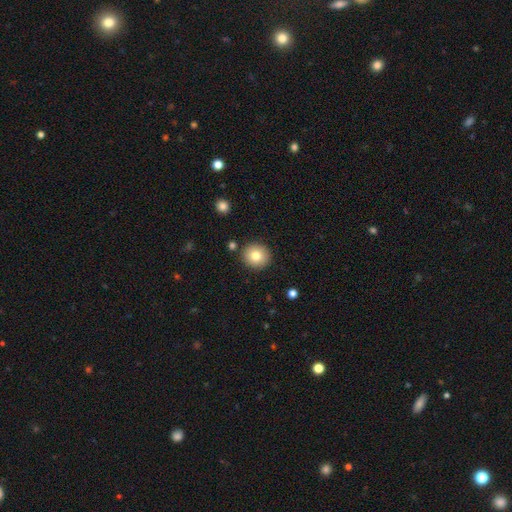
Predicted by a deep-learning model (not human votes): The model was most divided on "smooth or featured": smooth: 79%, featured or disk: 11%, star or artifact: 10%. More confident: how rounded — round (92%); merging — none (89%).